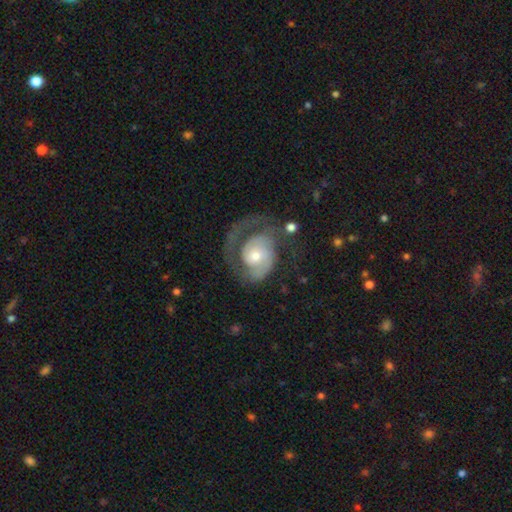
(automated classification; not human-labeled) A featured or disk galaxy (82%) with no bar (66%), 2 (46%) tight (43%) spiral arms (93%) and a moderate central bulge (53%).

Vote fractions:
- Smooth or featured? featured or disk: 82% / smooth: 13% / star or artifact: 5%
- Edge-on disk? no: 98% / yes: 2%
- Bar? no: 66% / weak: 28% / strong: 6%
- Spiral arms? yes: 93% / no: 7%
- Spiral winding? tight: 43% / medium: 40% / loose: 17%
- Spiral arm count? 2: 46% / 1: 38% / can't tell: 9% / 3: 4% / 4: 2% / more than 4: 2%
- Bulge size? moderate: 53% / small: 39% / large: 6% / none: 2% / dominant: 1%
- Merging? none: 50% / major disturbance: 30% / minor disturbance: 17% / merger: 3%